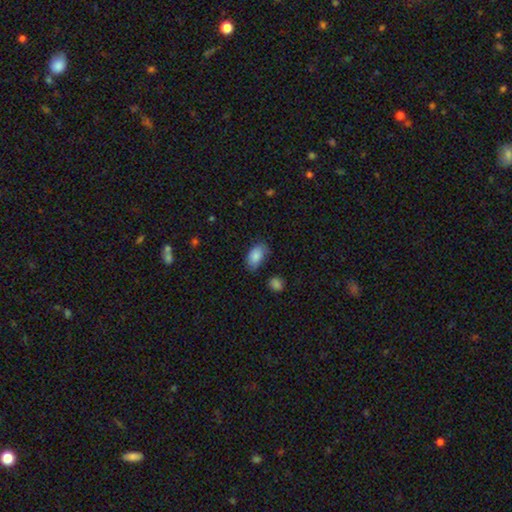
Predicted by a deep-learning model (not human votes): Q: Smooth or featured?
A: smooth (85%); runner-up: featured or disk (8%)
Q: How rounded?
A: in between (93%); runner-up: round (5%)
Q: Merging?
A: none (64%); runner-up: minor disturbance (27%)